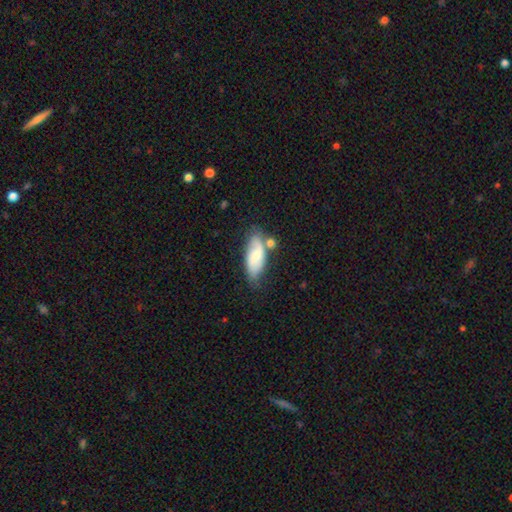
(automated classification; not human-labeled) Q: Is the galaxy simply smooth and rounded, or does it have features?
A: smooth — 61%.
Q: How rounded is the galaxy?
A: in between — 78%.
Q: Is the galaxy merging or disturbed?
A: none — 59%.